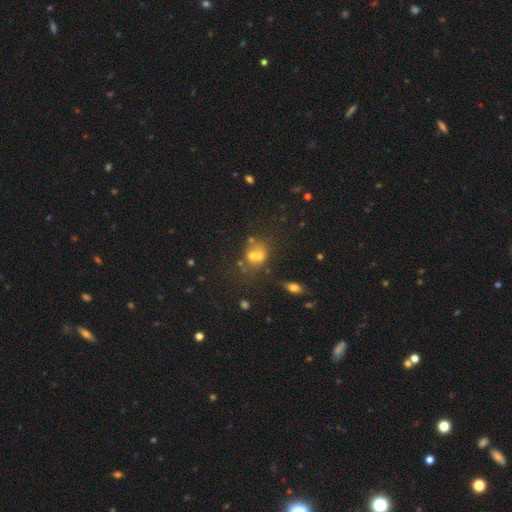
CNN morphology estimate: A smooth galaxy with no disk features (56%) that is round (67%). Merging: merger (50%).